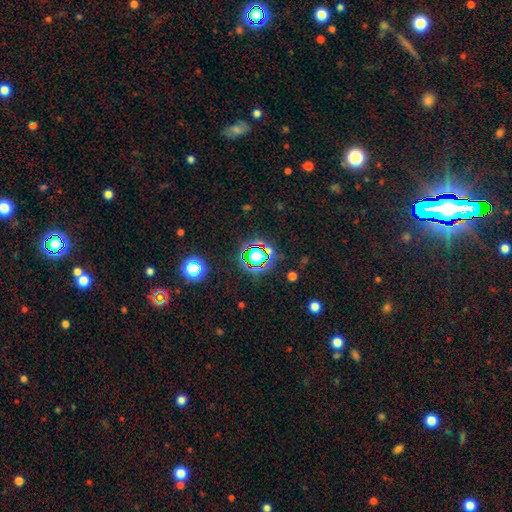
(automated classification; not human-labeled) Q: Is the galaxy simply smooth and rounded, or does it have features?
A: star or artifact — 62%.